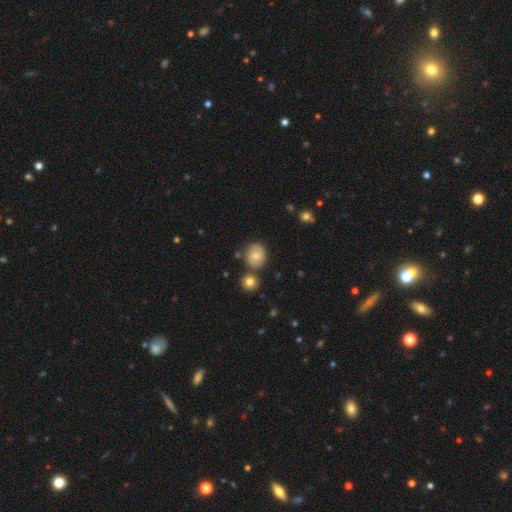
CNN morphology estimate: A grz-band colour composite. It shows a smooth galaxy with no disk features (72%) that is round (71%). Merging: none (71%).